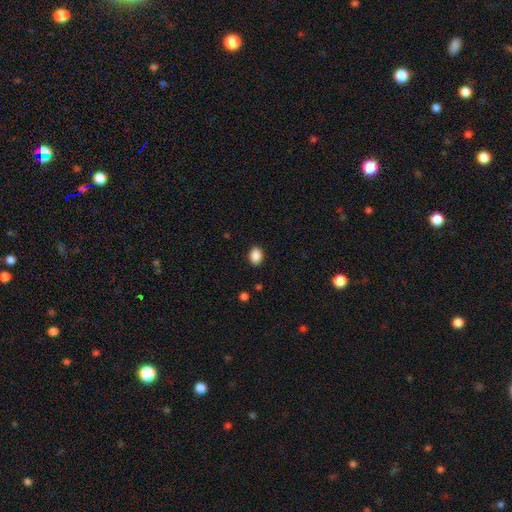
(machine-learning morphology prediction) smooth_or_featured: smooth (p=0.89) [alt: star or artifact p=0.09]
how_rounded: in between (p=0.64) [alt: round p=0.35]
merging: none (p=0.89) [alt: minor disturbance p=0.07]